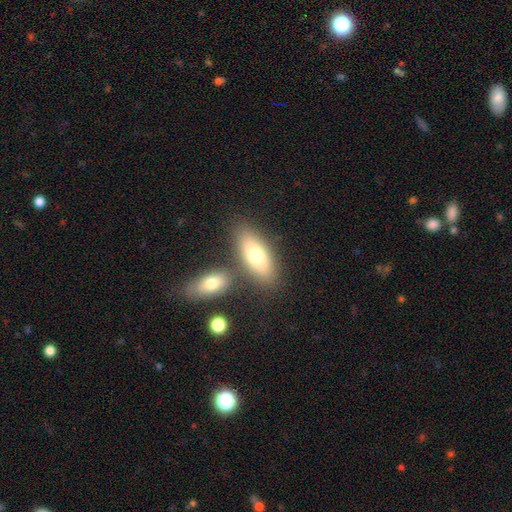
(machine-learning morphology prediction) Q: Smooth or featured?
A: smooth (72%); runner-up: featured or disk (20%)
Q: How rounded?
A: in between (78%); runner-up: cigar-shaped (18%)
Q: Merging?
A: none (65%); runner-up: merger (22%)